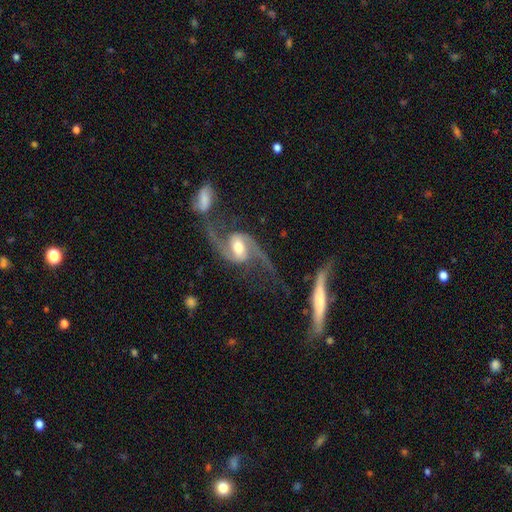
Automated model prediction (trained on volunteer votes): smooth_or_featured: featured or disk (p=0.78) [alt: star or artifact p=0.11]
disk_edge_on: no (p=0.82) [alt: yes p=0.18]
bar: no (p=0.58) [alt: weak p=0.30]
has_spiral_arms: yes (p=0.87) [alt: no p=0.13]
spiral_winding: loose (p=0.60) [alt: medium p=0.28]
spiral_arm_count: 2 (p=0.85) [alt: 1 p=0.05]
bulge_size: moderate (p=0.57) [alt: small p=0.22]
merging: none (p=0.42) [alt: merger p=0.34]